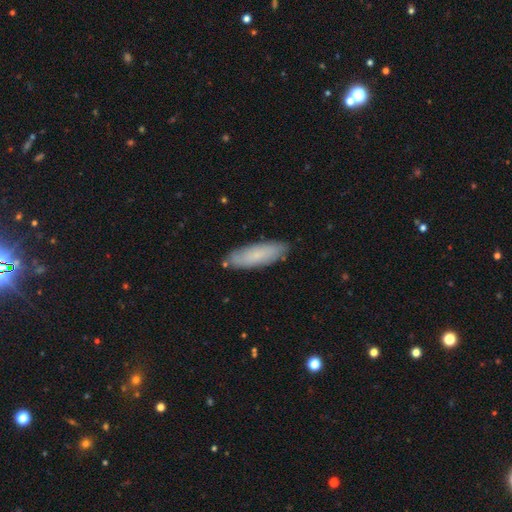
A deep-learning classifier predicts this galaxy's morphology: A smooth galaxy with no disk features (67%) that is in between round and cigar-shaped (53%).

Vote fractions:
- Smooth or featured? smooth: 67% / featured or disk: 26% / star or artifact: 7%
- How rounded? in between: 53% / cigar-shaped: 45% / round: 2%
- Merging? none: 83% / minor disturbance: 13% / major disturbance: 2% / merger: 2%